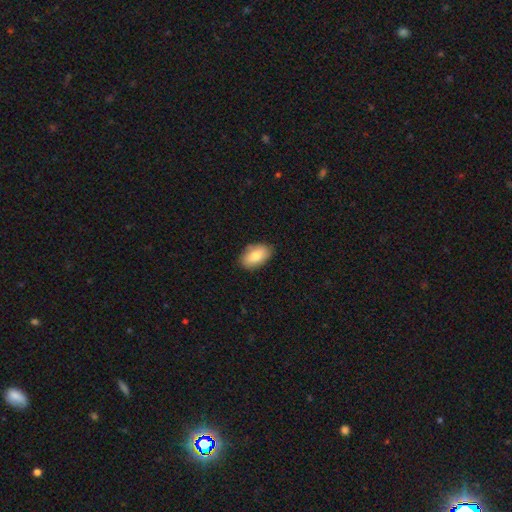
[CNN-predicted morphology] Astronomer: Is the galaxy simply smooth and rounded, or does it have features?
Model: smooth — 83%.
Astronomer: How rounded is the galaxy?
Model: in between — 93%.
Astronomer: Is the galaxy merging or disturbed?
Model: none — 84%.